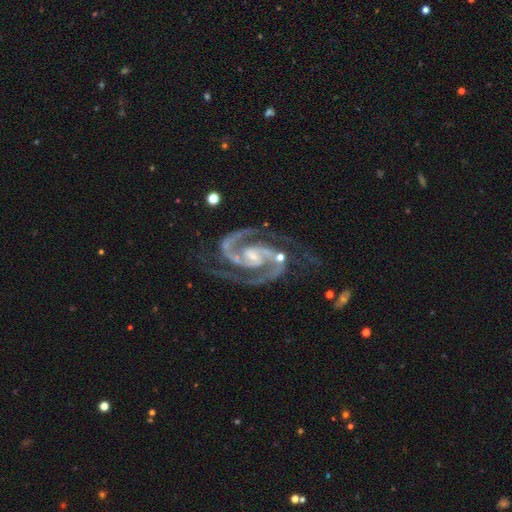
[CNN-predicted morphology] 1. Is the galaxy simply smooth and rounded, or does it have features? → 94% featured or disk, 4% star or artifact, 2% smooth.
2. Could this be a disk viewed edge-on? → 98% no, 2% yes.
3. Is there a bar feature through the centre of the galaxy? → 41% weak, 32% no, 26% strong.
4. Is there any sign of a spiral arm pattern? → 99% yes, 1% no.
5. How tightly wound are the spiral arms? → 59% medium, 33% tight, 7% loose.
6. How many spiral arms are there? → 94% 2, 2% 3, 1% can't tell, 1% 1, 1% 4, 1% more than 4.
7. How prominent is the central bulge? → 55% small, 32% moderate, 8% none, 3% large, 1% dominant.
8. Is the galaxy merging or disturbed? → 69% none, 18% minor disturbance, 9% major disturbance, 4% merger.